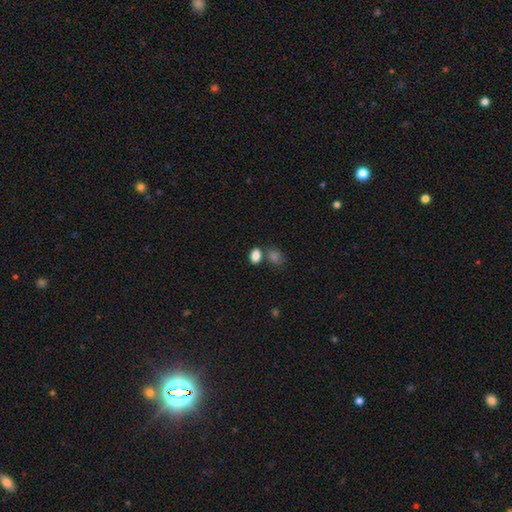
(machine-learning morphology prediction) Smooth or featured? Predicted: smooth (p=0.85). How rounded? Predicted: in between (p=0.86). Merging? Predicted: none (p=0.61).